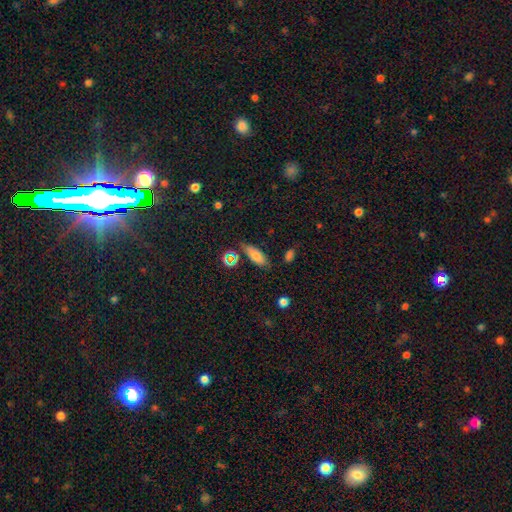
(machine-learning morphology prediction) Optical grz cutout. It shows a smooth galaxy with no disk features (74%) that is in between round and cigar-shaped (69%). Merging: none (75%).